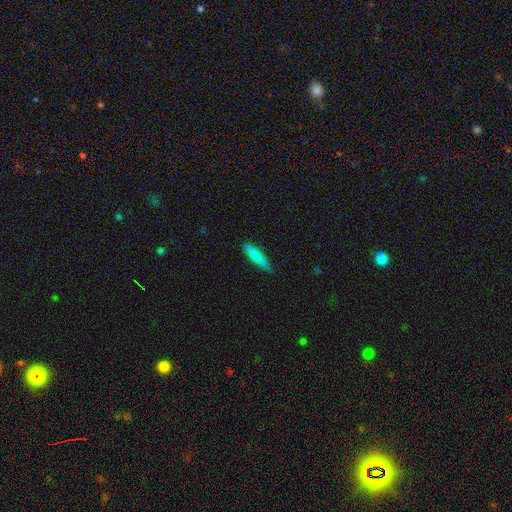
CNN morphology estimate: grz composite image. It shows a smooth galaxy with no disk features (81%) that is cigar-shaped (75%). Merging: none (73%).